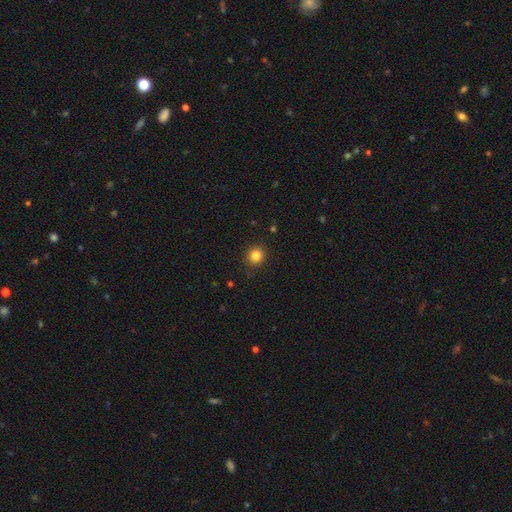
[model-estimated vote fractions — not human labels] Overall: smooth (84%). How rounded: round (90%). Merging: none (89%).